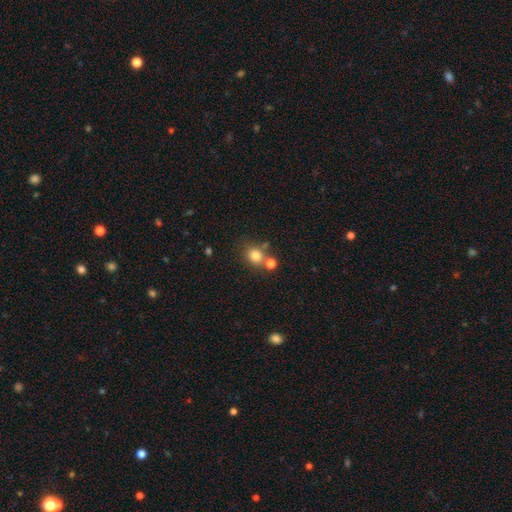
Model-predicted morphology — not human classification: Overall: smooth (80%). How rounded: round (72%). Merging: none (63%).